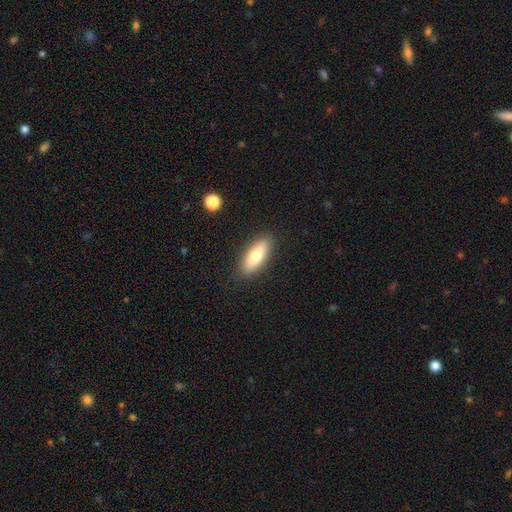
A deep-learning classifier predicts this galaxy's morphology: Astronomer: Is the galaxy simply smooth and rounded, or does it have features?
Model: smooth — 73%.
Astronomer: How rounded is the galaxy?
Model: in between — 62%.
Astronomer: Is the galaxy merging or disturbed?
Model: none — 88%.